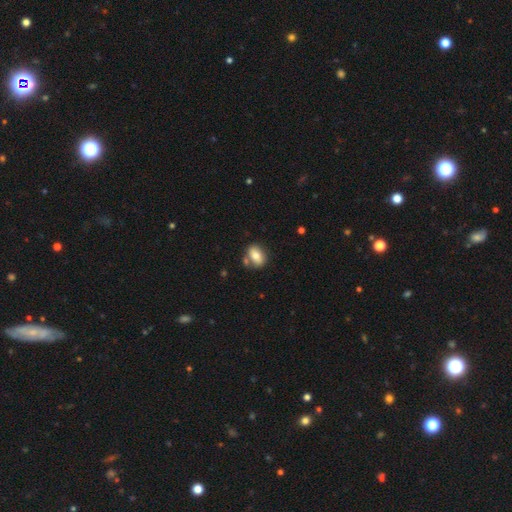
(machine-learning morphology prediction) This appears to be a smooth galaxy with no disk features (73%) that is in between round and cigar-shaped (75%). Merging: none (65%).